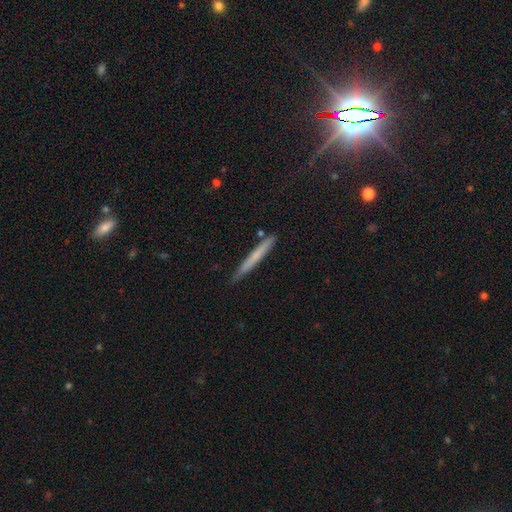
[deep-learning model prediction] The model was most divided on "smooth or featured": smooth: 59%, featured or disk: 35%, star or artifact: 6%. More confident: how rounded — cigar-shaped (97%); merging — none (86%).